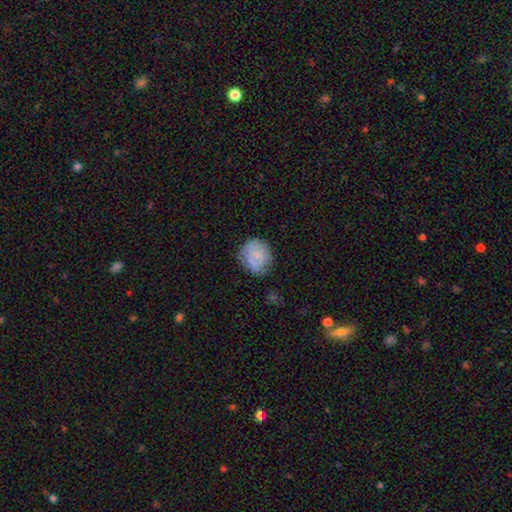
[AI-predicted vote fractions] Q: Smooth or featured?
A: smooth (69%); runner-up: featured or disk (22%)
Q: How rounded?
A: round (75%); runner-up: in between (24%)
Q: Merging?
A: none (60%); runner-up: minor disturbance (28%)